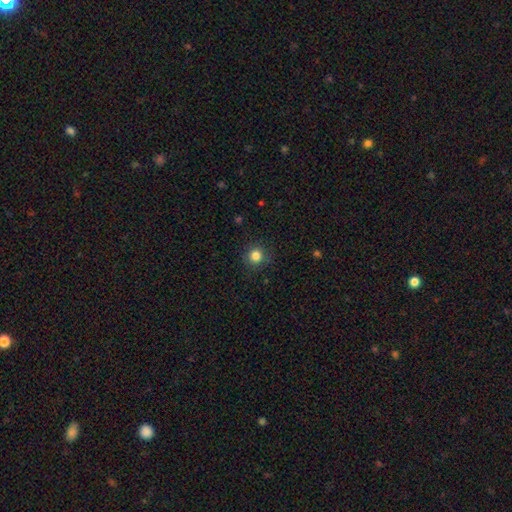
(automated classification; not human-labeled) Morphology: type=smooth (83%); roundness=round (94%); merging=none (90%).